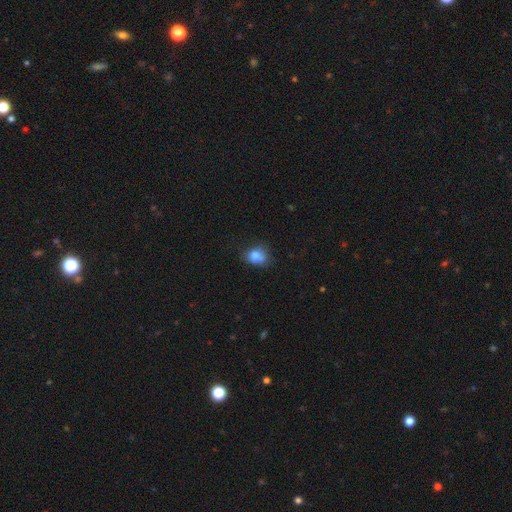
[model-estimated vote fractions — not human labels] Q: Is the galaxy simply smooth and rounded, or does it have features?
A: smooth — 79%.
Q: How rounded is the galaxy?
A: in between — 52%.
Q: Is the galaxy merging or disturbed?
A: none — 55%.